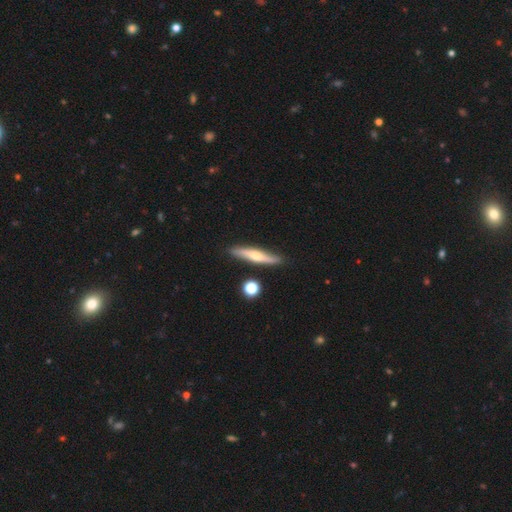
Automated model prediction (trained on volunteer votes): Smooth or featured? featured or disk (52%)
Edge-on disk? yes (89%)
Merging? none (84%)